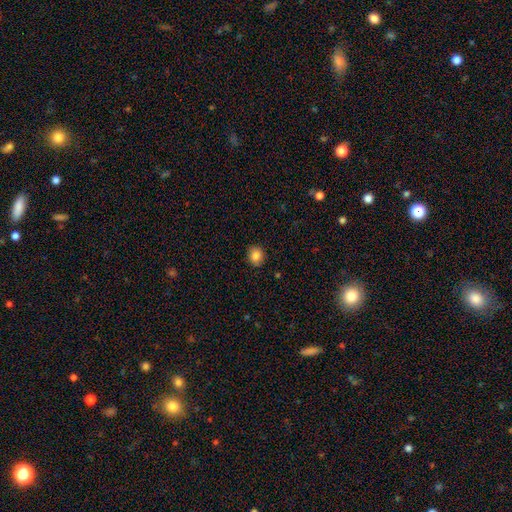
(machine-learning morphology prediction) A smooth galaxy with no disk features (85%) that is round (73%). Merging: none (89%).